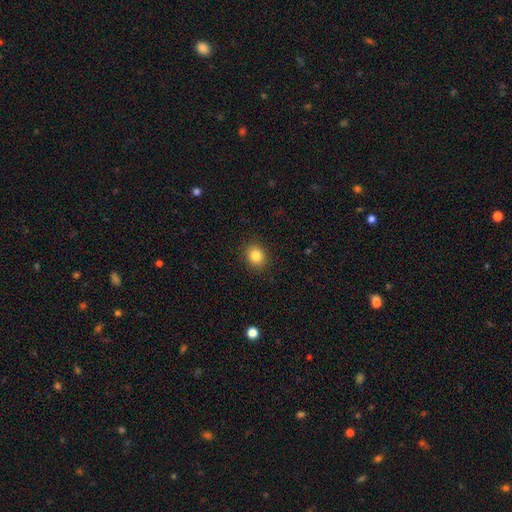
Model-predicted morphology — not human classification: This appears to be a smooth galaxy with no disk features (84%) that is round (68%). Merging: none (90%).